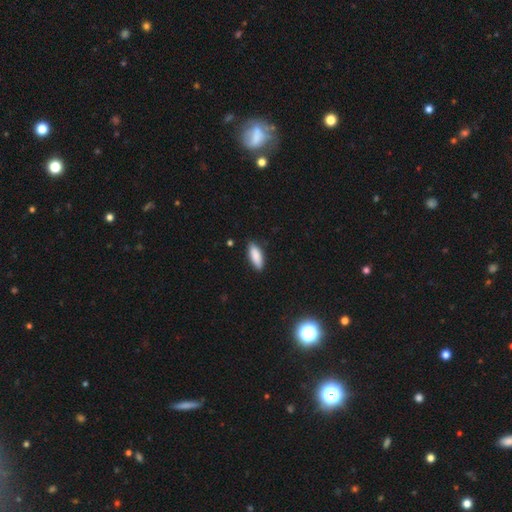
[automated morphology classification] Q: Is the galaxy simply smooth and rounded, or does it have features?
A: smooth — 87%.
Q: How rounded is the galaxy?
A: in between — 72%.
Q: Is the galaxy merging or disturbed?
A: none — 85%.